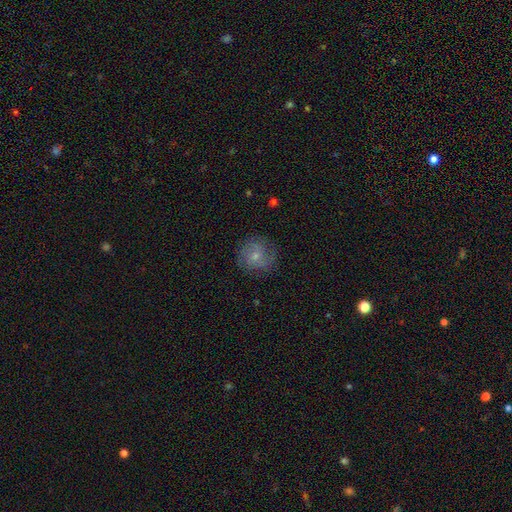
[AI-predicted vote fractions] Q: Smooth or featured?
A: featured or disk (47%); runner-up: smooth (45%)
Q: Merging?
A: none (74%); runner-up: minor disturbance (17%)